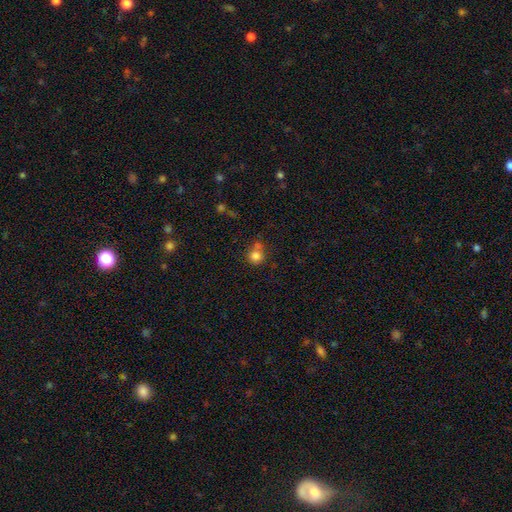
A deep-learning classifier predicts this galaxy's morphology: A smooth galaxy with no disk features (80%) that is round (87%). Merging: none (54%).